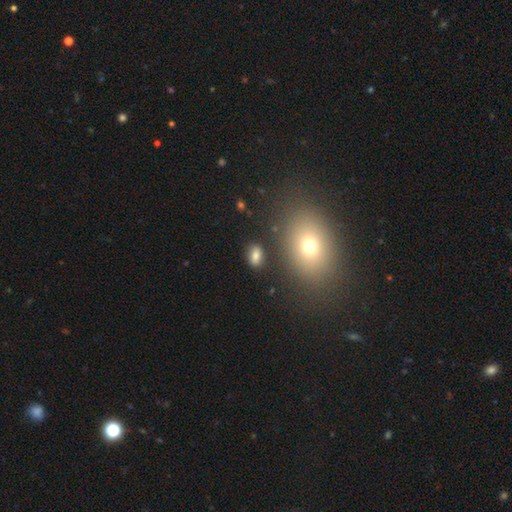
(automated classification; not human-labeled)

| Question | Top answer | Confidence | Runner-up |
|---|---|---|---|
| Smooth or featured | smooth | 79% | star or artifact (12%) |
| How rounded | in between | 84% | round (13%) |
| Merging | none | 79% | minor disturbance (11%) |